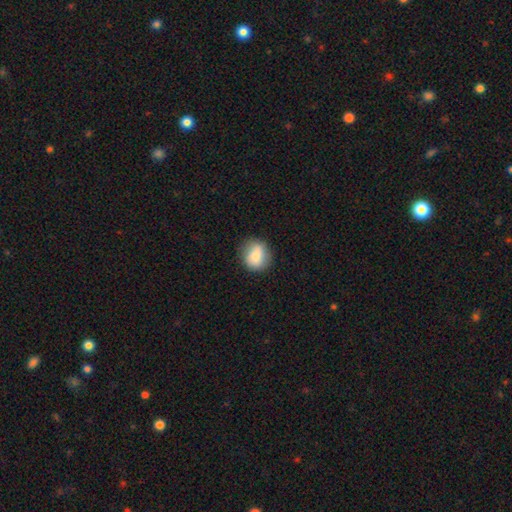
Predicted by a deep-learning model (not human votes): Smooth or featured? Predicted: smooth (p=0.79). How rounded? Predicted: round (p=0.77). Merging? Predicted: none (p=0.80).